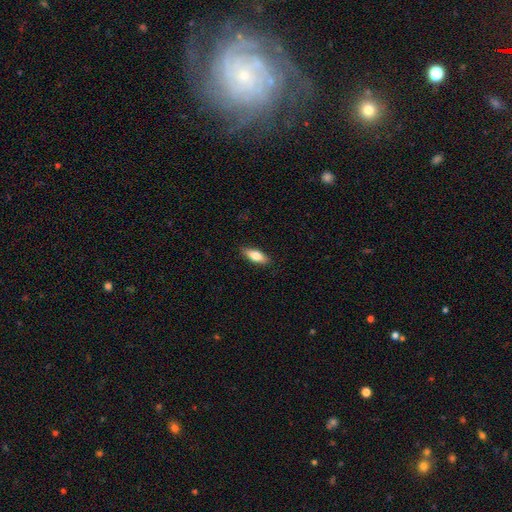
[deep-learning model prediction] smooth 76%, featured or disk 18%, star or artifact 6%. Down the decision tree: how rounded — in between (71%); merging — none (88%).